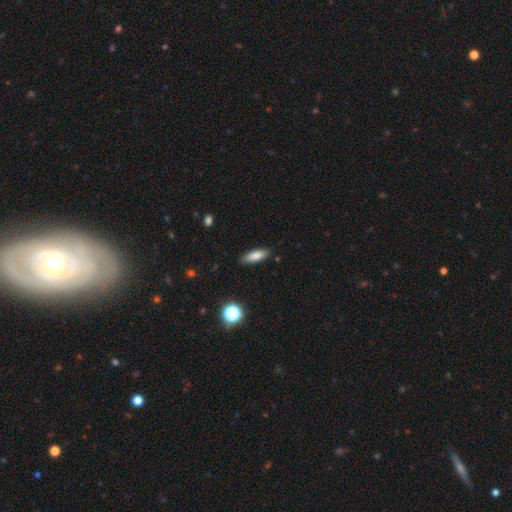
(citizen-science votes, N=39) Q: Smooth or featured?
A: smooth (82%); runner-up: featured or disk (15%)
Q: How rounded?
A: in between (75%); runner-up: cigar-shaped (25%)
Q: Merging?
A: none (76%); runner-up: minor disturbance (11%)